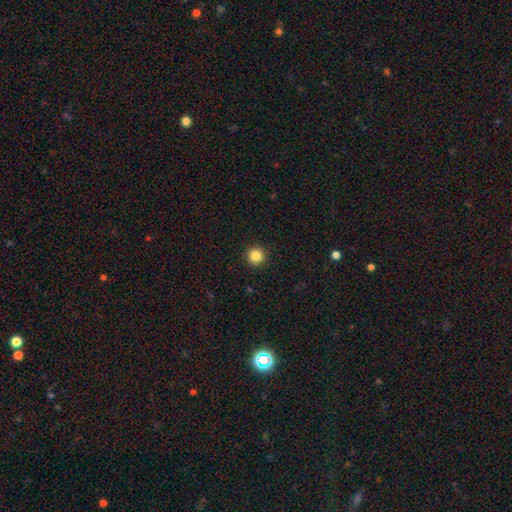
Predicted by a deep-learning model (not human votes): Smooth or featured?
  - smooth: 84% *
  - star or artifact: 11%
  - featured or disk: 4%
How rounded?
  - round: 96% *
  - in between: 3%
  - cigar-shaped: 1%
Merging?
  - none: 93% *
  - minor disturbance: 5%
  - major disturbance: 2%
  - merger: 1%